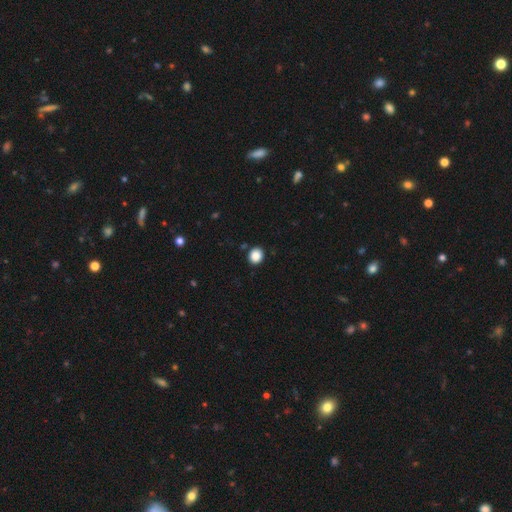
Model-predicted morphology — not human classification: A smooth galaxy with no disk features (88%) that is round (76%).

Vote fractions:
- Smooth or featured? smooth: 88% / star or artifact: 9% / featured or disk: 3%
- How rounded? round: 76% / in between: 23% / cigar-shaped: 1%
- Merging? none: 90% / minor disturbance: 6% / merger: 2% / major disturbance: 2%